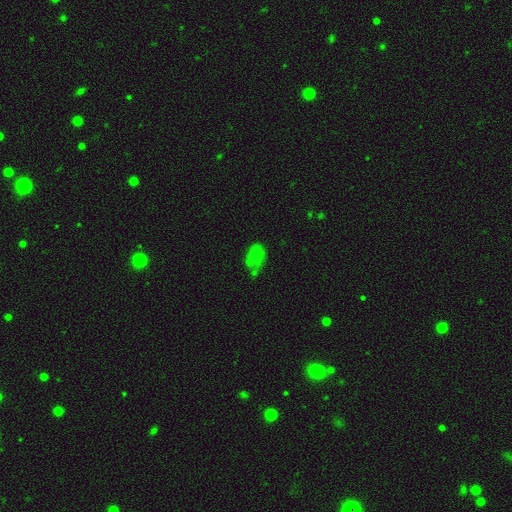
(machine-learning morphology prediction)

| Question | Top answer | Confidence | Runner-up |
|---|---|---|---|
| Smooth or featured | smooth | 69% | star or artifact (18%) |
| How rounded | in between | 87% | round (11%) |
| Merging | none | 42% | minor disturbance (29%) |